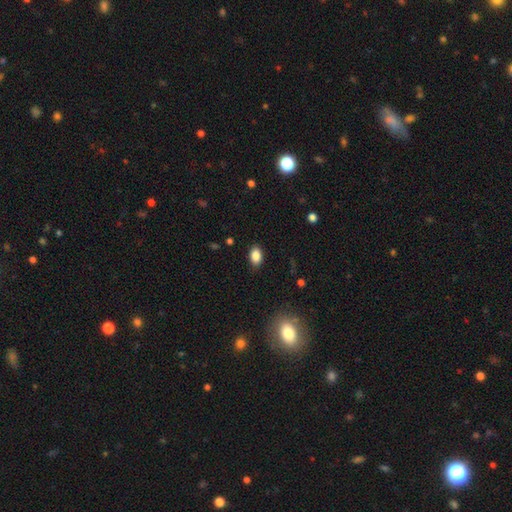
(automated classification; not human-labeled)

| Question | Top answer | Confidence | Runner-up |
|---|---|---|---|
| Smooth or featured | smooth | 86% | star or artifact (9%) |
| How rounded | in between | 87% | round (11%) |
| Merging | none | 86% | minor disturbance (10%) |